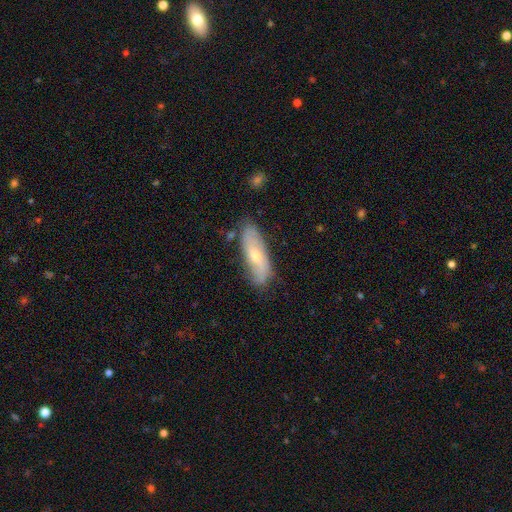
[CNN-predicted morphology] This is possibly a featured or disk galaxy (49%). Merging: likely none (77%).